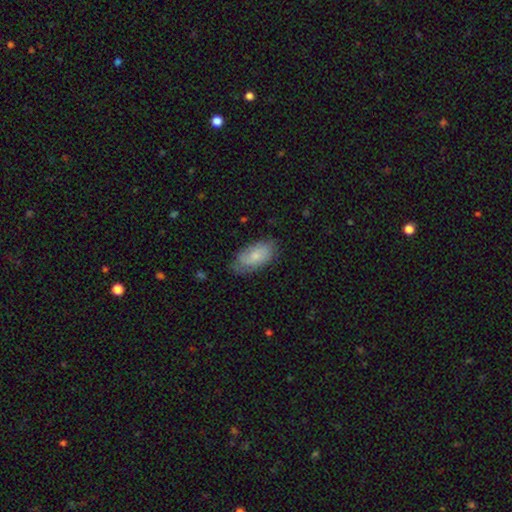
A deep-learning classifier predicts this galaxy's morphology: Smooth or featured: smooth — 69% (featured or disk — 25%)
How rounded: in between — 93% (cigar-shaped — 4%)
Merging: none — 68% (minor disturbance — 25%)